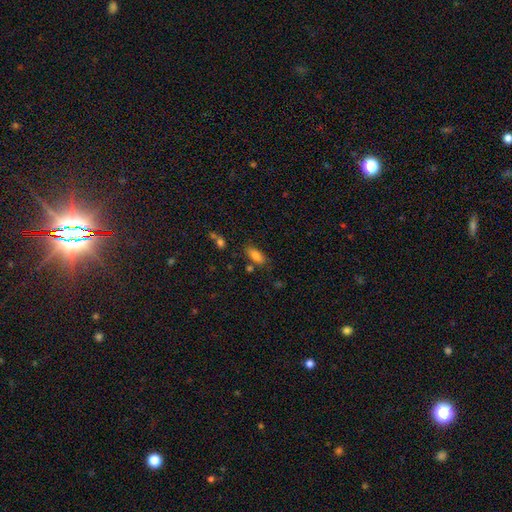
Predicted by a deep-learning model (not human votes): This appears to be a smooth galaxy with no disk features (81%) that is in between round and cigar-shaped (85%). Merging: none (72%).